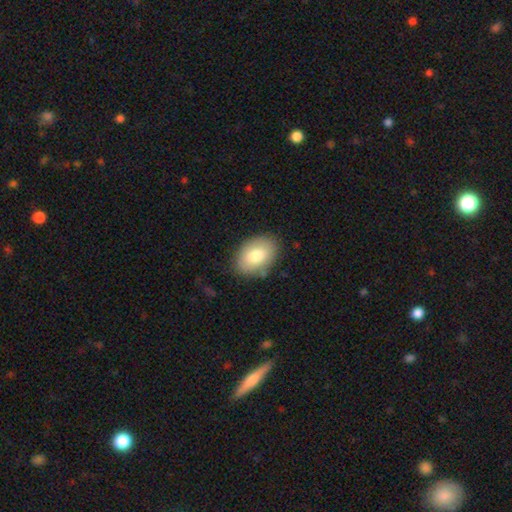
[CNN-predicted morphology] Smooth or featured? Predicted: smooth (p=0.78). How rounded? Predicted: in between (p=0.84). Merging? Predicted: none (p=0.82).